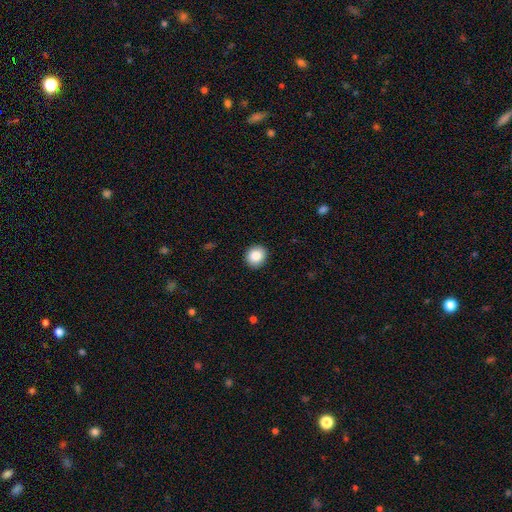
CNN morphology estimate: This is clearly a smooth galaxy (86%). How rounded: likely round (79%). Merging: clearly none (91%).